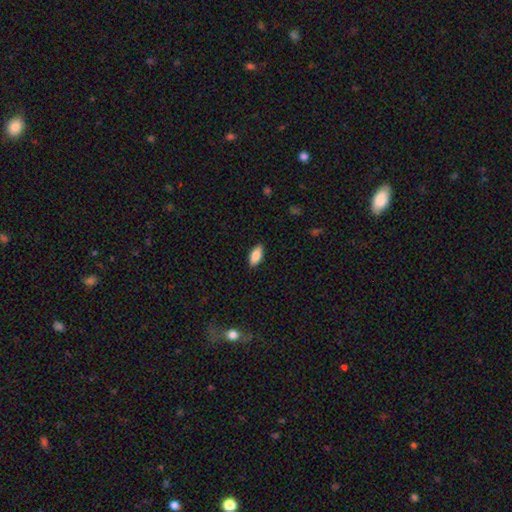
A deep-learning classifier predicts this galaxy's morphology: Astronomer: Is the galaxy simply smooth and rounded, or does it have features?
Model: smooth — 86%.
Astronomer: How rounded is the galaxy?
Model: in between — 87%.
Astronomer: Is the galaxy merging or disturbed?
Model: none — 87%.